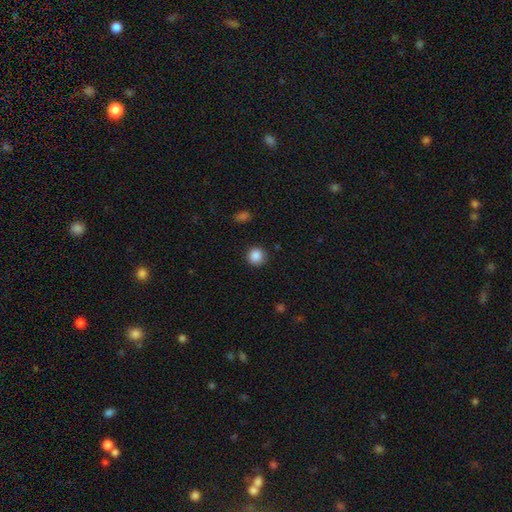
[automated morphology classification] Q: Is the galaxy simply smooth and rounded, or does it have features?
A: smooth — 87%.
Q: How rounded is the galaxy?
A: round — 93%.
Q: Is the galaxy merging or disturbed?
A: none — 90%.